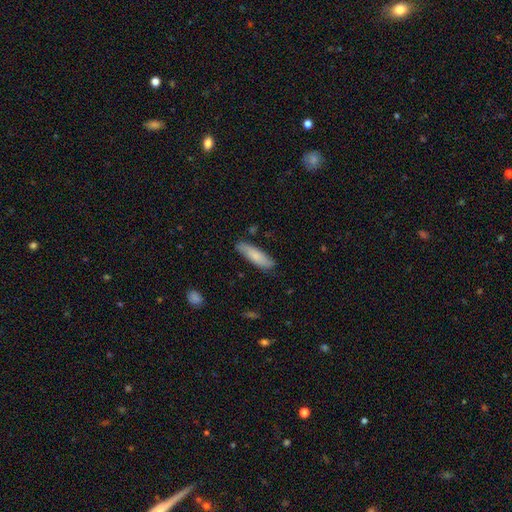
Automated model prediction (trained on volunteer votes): Smooth or featured? smooth (78%)
How rounded? cigar-shaped (61%)
Merging? none (79%)